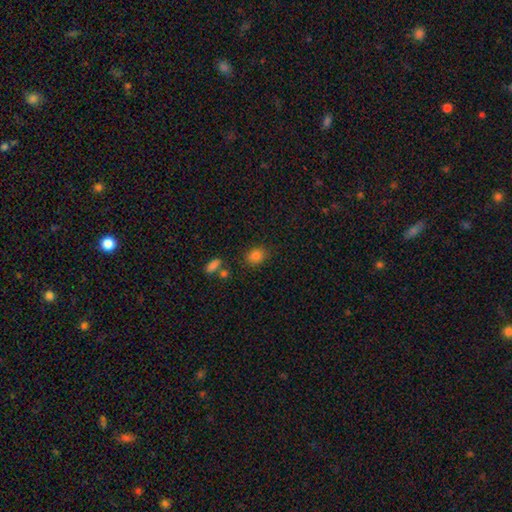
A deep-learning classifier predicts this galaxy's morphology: Smooth or featured?
  - smooth: 85% *
  - star or artifact: 11%
  - featured or disk: 5%
How rounded?
  - in between: 50% *
  - round: 49%
  - cigar-shaped: 1%
Merging?
  - none: 80% *
  - minor disturbance: 12%
  - merger: 5%
  - major disturbance: 4%